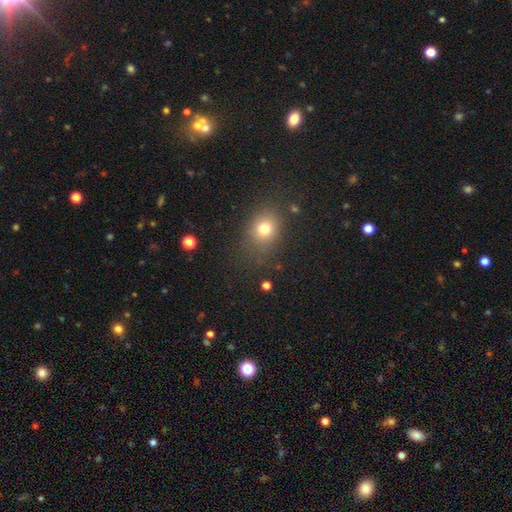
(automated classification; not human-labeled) A smooth galaxy with no disk features (66%) that is round (62%). Merging: none (84%).